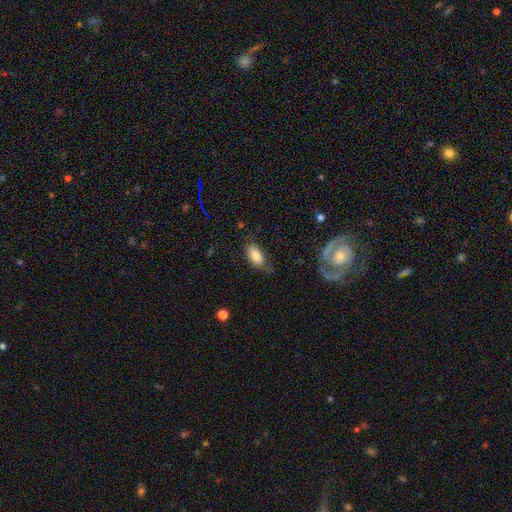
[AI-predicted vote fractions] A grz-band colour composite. It shows a smooth galaxy with no disk features (83%) that is in between round and cigar-shaped (90%). Merging: none (69%).